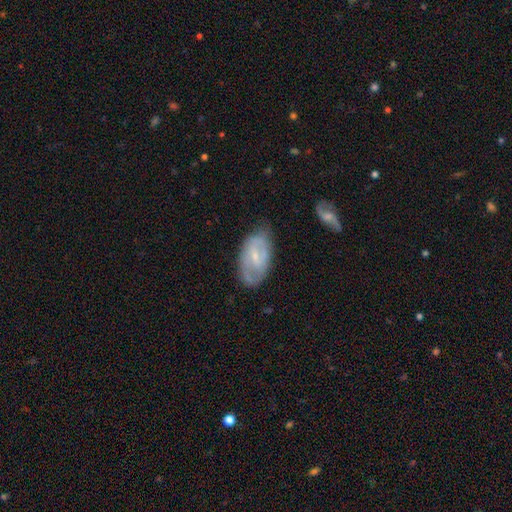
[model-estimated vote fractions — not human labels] Overall: featured or disk (64%; smooth 29%). Edge-on disk: no (93%). Bar: weak (52%; no 27%). Spiral arms: yes (75%). Bulge size: small (67%). Merging: none (65%; minor disturbance 25%).